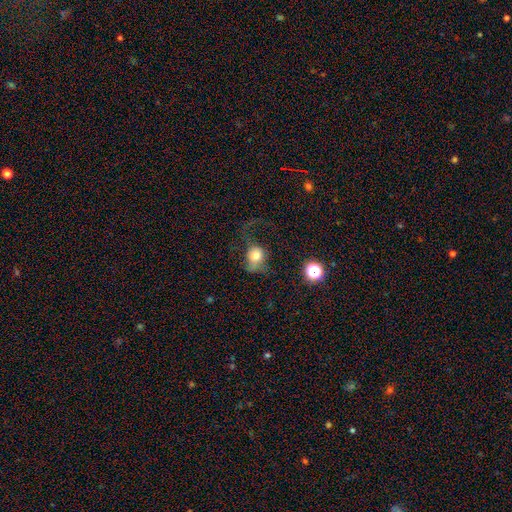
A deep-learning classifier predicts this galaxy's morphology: A smooth galaxy with no disk features (70%) that is round (62%). Merging: major disturbance (51%).